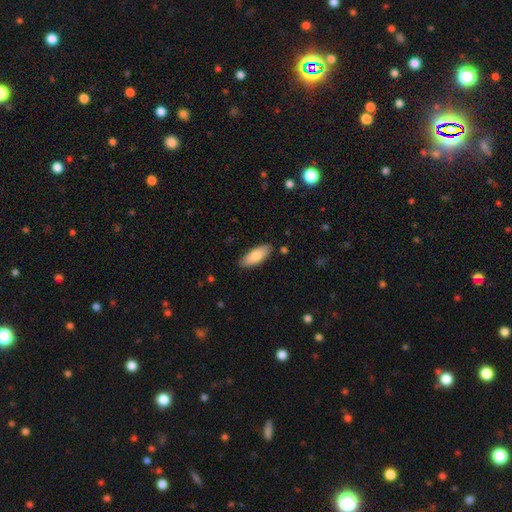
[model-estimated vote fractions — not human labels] A smooth galaxy with no disk features (85%) that is in between round and cigar-shaped (77%). Merging: none (86%).